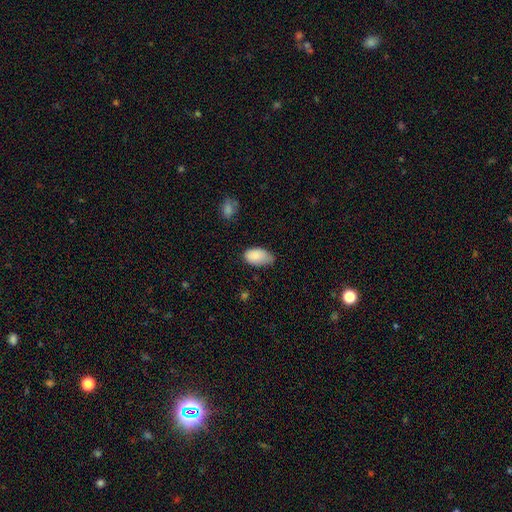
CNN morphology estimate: smooth-or-featured: smooth: 85% | featured or disk: 8% | star or artifact: 7%
  how-rounded: in between: 94% | round: 5% | cigar-shaped: 2%
  merging: none: 47% | minor disturbance: 43% | major disturbance: 8% | merger: 2%